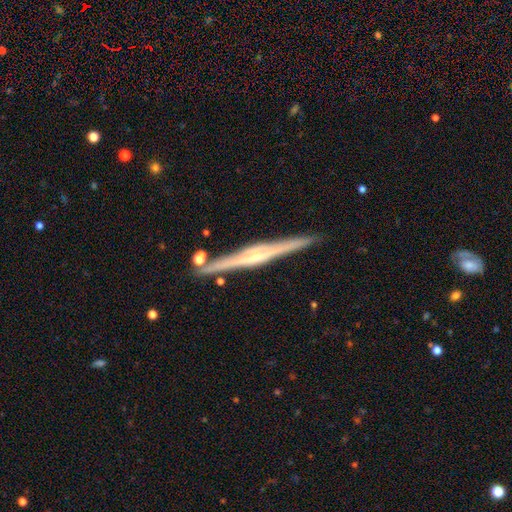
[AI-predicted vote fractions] smooth-or-featured: featured or disk: 84% | smooth: 10% | star or artifact: 6%
  disk-edge-on: yes: 98% | no: 2%
    edge-on-bulge: rounded: 66% | boxy: 20% | none: 14%
  merging: none: 88% | minor disturbance: 7% | merger: 3% | major disturbance: 2%